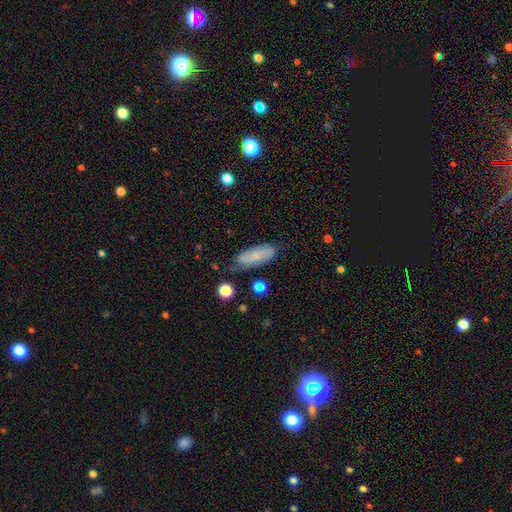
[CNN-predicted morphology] A smooth galaxy with no disk features (62%) that is in between round and cigar-shaped (67%). Merging: none (72%).